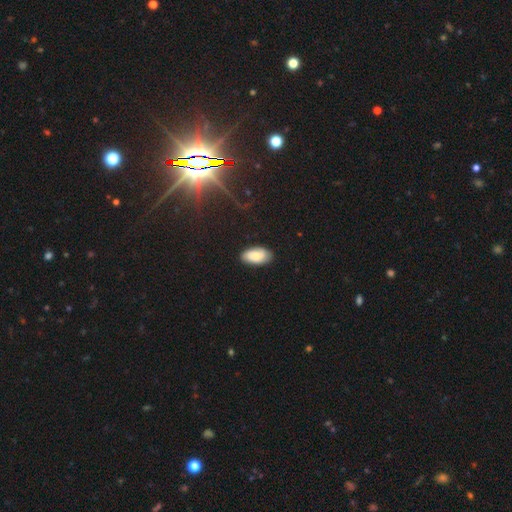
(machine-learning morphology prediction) smooth-or-featured: smooth: 83% | featured or disk: 10% | star or artifact: 7%
  how-rounded: in between: 95% | round: 3% | cigar-shaped: 2%
  merging: none: 83% | minor disturbance: 14% | major disturbance: 2% | merger: 1%